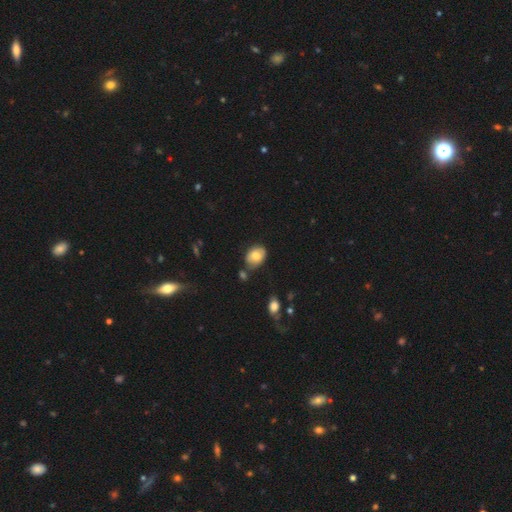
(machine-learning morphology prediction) A smooth galaxy with no disk features (74%) that is in between round and cigar-shaped (72%).

Vote fractions:
- Smooth or featured? smooth: 74% / featured or disk: 18% / star or artifact: 8%
- How rounded? in between: 72% / round: 26% / cigar-shaped: 1%
- Merging? none: 69% / minor disturbance: 19% / merger: 8% / major disturbance: 4%